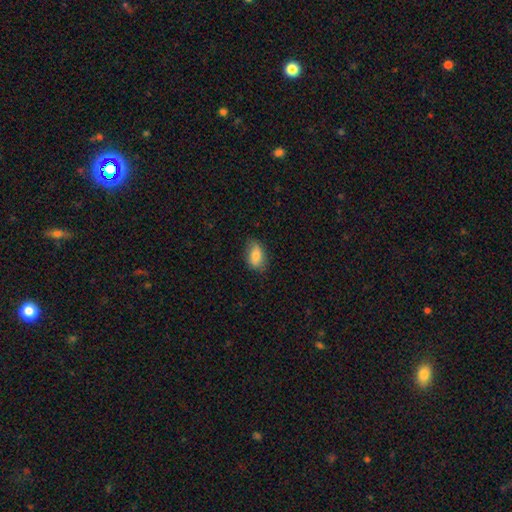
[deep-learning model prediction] A smooth galaxy with no disk features (79%) that is in between round and cigar-shaped (89%).

Vote fractions:
- Smooth or featured? smooth: 79% / featured or disk: 13% / star or artifact: 7%
- How rounded? in between: 89% / round: 8% / cigar-shaped: 3%
- Merging? none: 71% / minor disturbance: 23% / major disturbance: 5% / merger: 1%